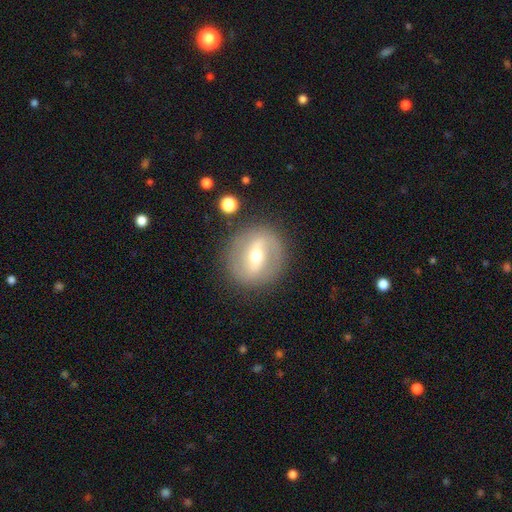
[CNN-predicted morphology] featured or disk 71%, smooth 22%, star or artifact 7%. Down the decision tree: edge-on disk — no (93%); bar — strong (51%); spiral arms — yes (63%); bulge size — moderate (60%); merging — none (85%).